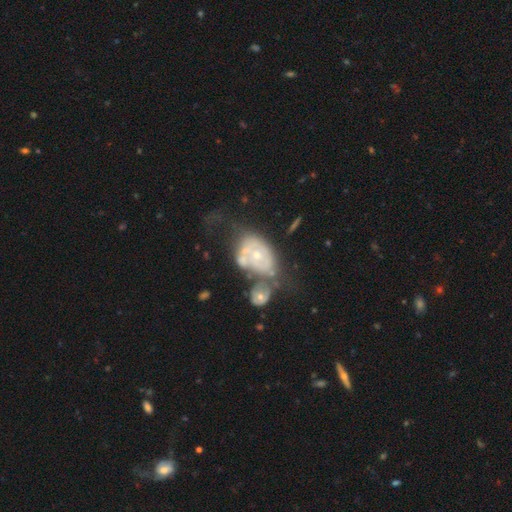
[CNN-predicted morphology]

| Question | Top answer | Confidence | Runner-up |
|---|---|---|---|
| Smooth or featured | featured or disk | 69% | smooth (23%) |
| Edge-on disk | no | 96% | yes (4%) |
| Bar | no | 85% | weak (12%) |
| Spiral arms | no | 54% | yes (46%) |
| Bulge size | small | 51% | moderate (44%) |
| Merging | merger | 45% | major disturbance (24%) |